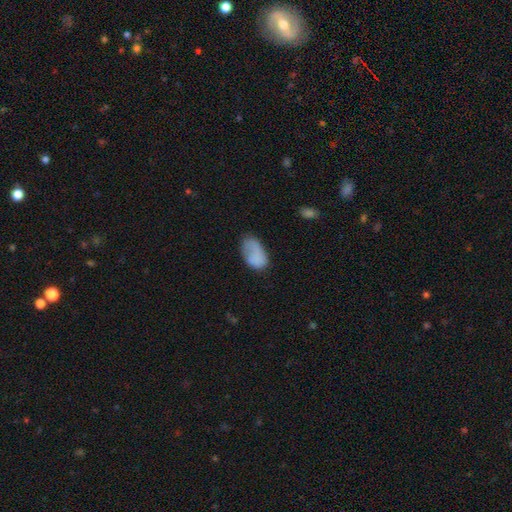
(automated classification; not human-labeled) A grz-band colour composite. It shows a smooth galaxy with no disk features (77%) that is in between round and cigar-shaped (92%). Merging: none (45%).